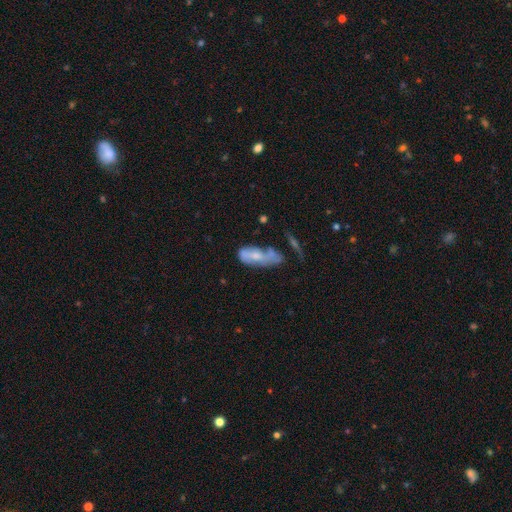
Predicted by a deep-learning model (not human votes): Smooth or featured? Predicted: smooth (p=0.49). Merging? Predicted: none (p=0.29).